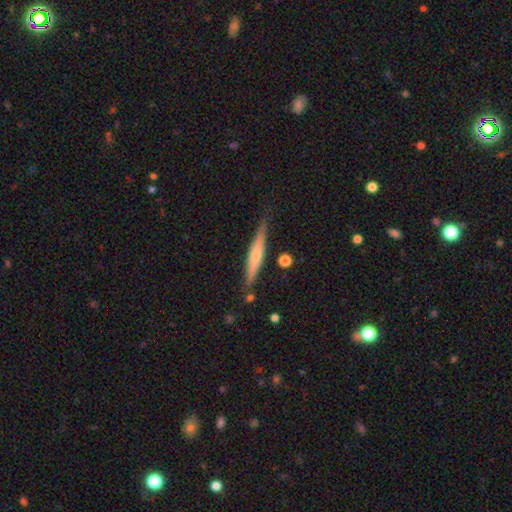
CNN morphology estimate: Smooth or featured?
  - featured or disk: 52% *
  - smooth: 42%
  - star or artifact: 6%
Edge-on disk?
  - yes: 94% *
  - no: 6%
Merging?
  - none: 81% *
  - minor disturbance: 14%
  - merger: 3%
  - major disturbance: 3%